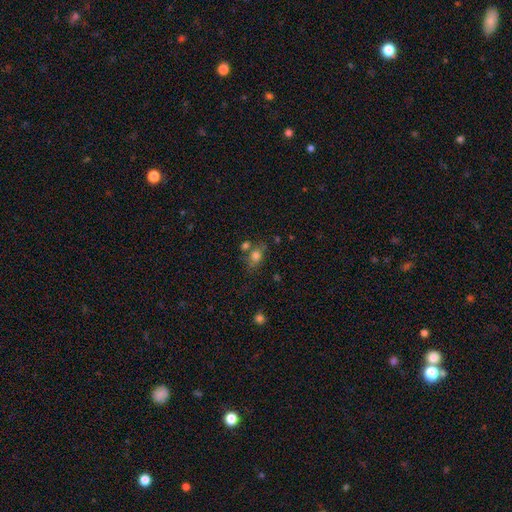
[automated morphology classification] A smooth galaxy with no disk features (74%) that is in between round and cigar-shaped (68%).

Vote fractions:
- Smooth or featured? smooth: 74% / featured or disk: 14% / star or artifact: 12%
- How rounded? in between: 68% / round: 30% / cigar-shaped: 3%
- Merging? none: 54% / merger: 20% / minor disturbance: 19% / major disturbance: 7%